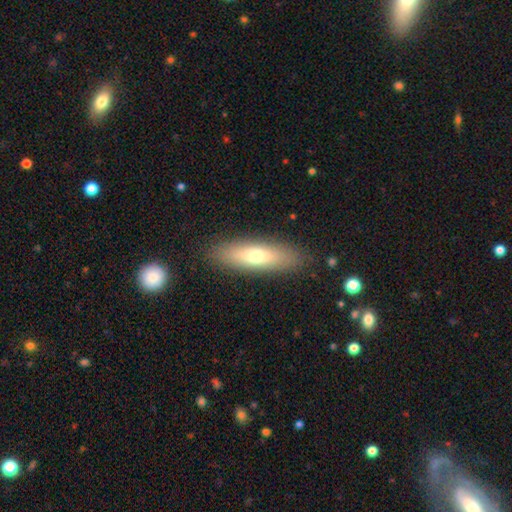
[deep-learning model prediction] Smooth or featured? smooth (64%)
How rounded? cigar-shaped (59%)
Merging? none (87%)